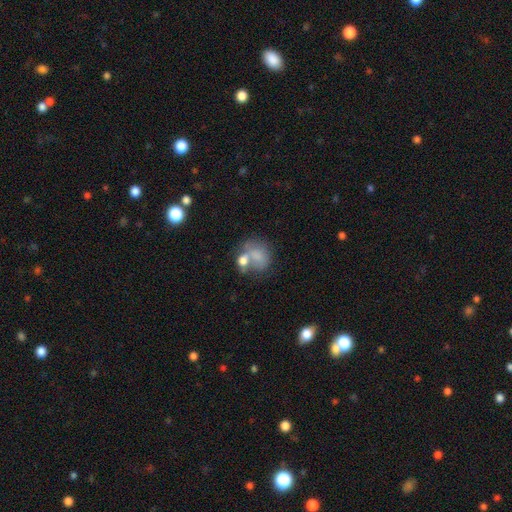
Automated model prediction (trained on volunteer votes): The model was most divided on "merging": merger: 36%, none: 29%, major disturbance: 19%, minor disturbance: 17%. More confident: smooth or featured — smooth (63%); how rounded — round (53%).